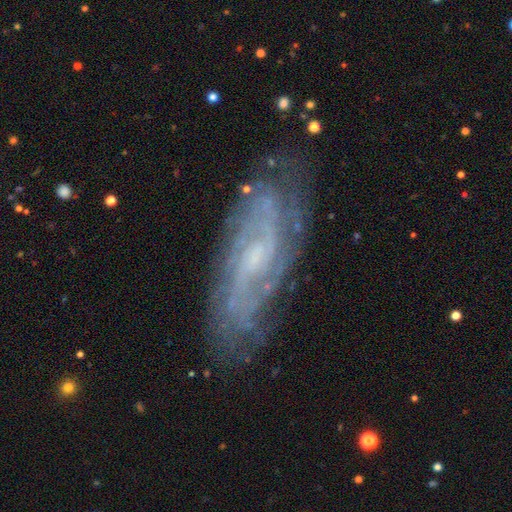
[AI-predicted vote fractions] The model was most divided on "bar": no: 46%, weak: 44%, strong: 9%. Remaining: spiral arms — yes (93%); edge-on disk — no (88%); smooth or featured — featured or disk (81%); merging — none (78%); bulge size — small (61%); spiral winding — tight (49%); spiral arm count — can't tell (44%).